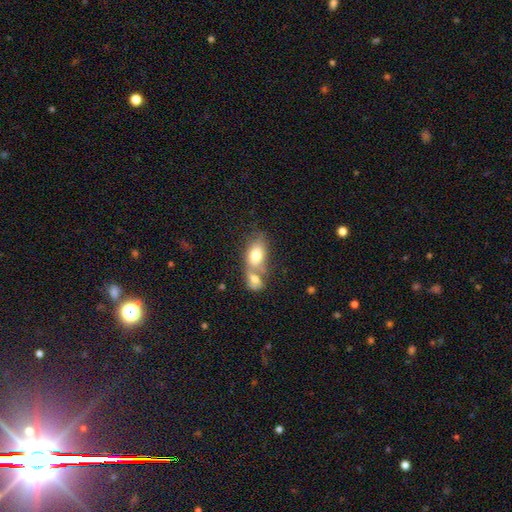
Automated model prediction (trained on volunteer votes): Smooth or featured: smooth — 74% (featured or disk — 19%)
How rounded: in between — 87% (round — 10%)
Merging: merger — 61% (none — 25%)